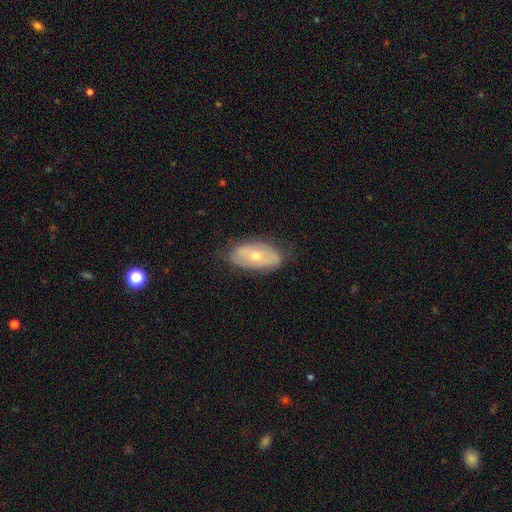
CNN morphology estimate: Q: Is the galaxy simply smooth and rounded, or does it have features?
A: featured or disk — 52%.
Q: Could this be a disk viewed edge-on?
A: no — 85%.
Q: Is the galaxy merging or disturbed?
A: none — 73%.